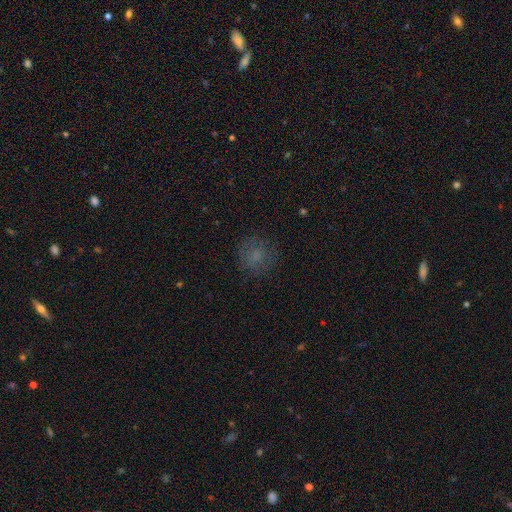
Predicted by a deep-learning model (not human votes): Smooth or featured? smooth (69%)
How rounded? round (87%)
Merging? none (79%)